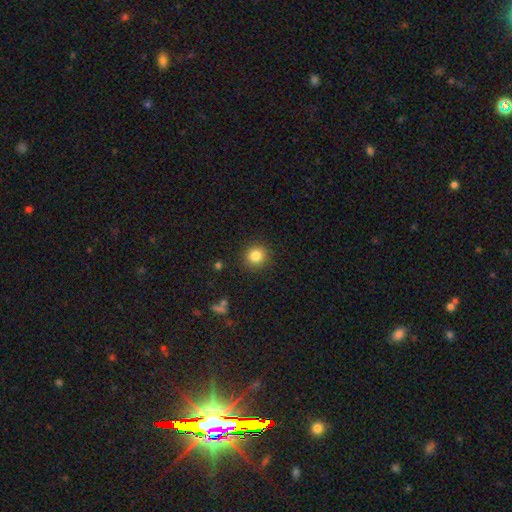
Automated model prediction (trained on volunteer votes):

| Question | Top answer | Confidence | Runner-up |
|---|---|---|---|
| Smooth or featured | smooth | 84% | star or artifact (11%) |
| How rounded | round | 90% | in between (9%) |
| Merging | none | 89% | minor disturbance (7%) |